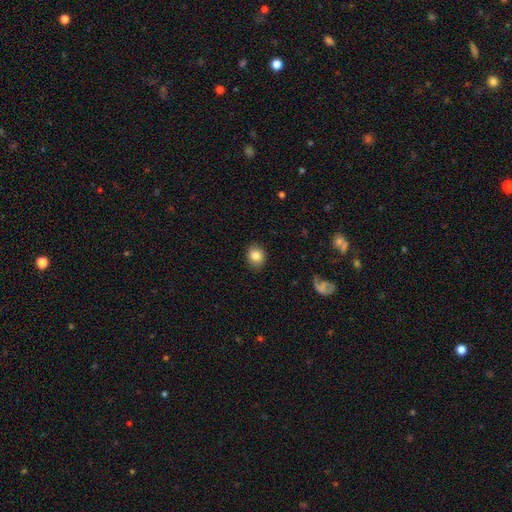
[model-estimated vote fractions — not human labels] A smooth galaxy with no disk features (84%) that is round (65%). Merging: none (88%).